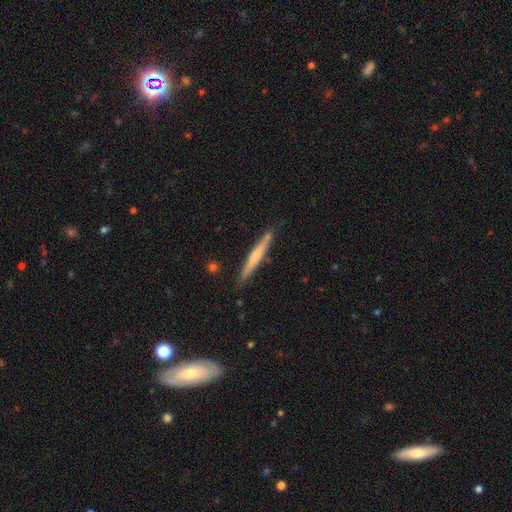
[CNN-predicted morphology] smooth 50%, featured or disk 44%, star or artifact 6%. Down the decision tree: how rounded — cigar-shaped (96%); merging — none (86%).